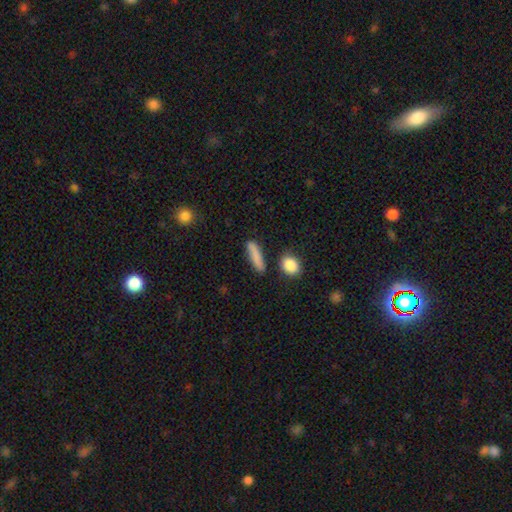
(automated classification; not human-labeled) Smooth or featured? smooth (82%)
How rounded? cigar-shaped (75%)
Merging? none (80%)